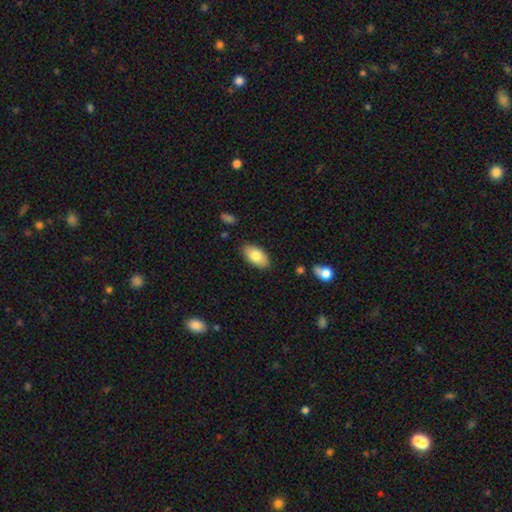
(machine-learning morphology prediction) Smooth or featured: smooth — 80% (featured or disk — 14%)
How rounded: in between — 94% (round — 4%)
Merging: none — 85% (minor disturbance — 11%)